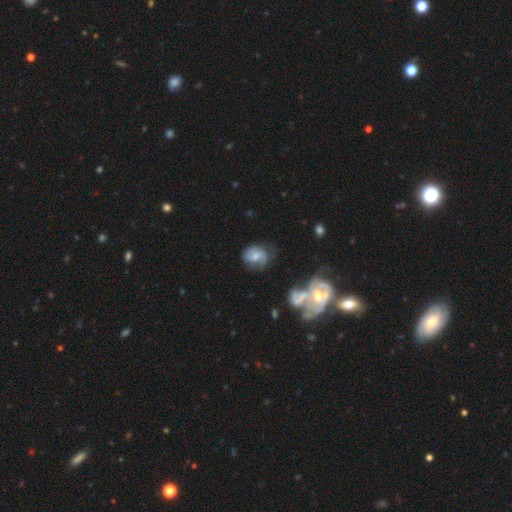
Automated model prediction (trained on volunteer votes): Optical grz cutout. It shows a featured or disk galaxy (55%) with no bar (48%), spiral arms (83%) and a moderate central bulge (53%). Merging: none (55%).